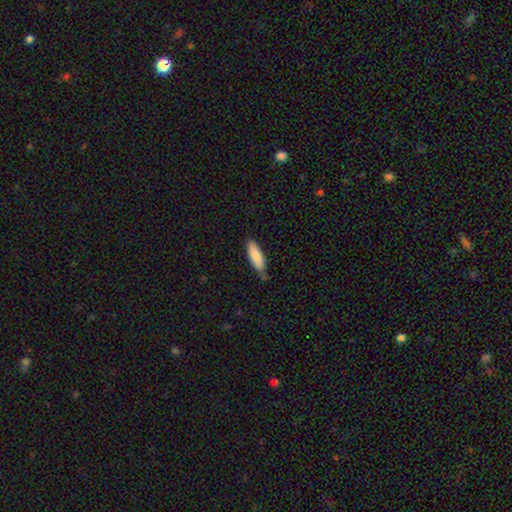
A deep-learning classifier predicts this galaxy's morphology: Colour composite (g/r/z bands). It shows a smooth galaxy with no disk features (86%) that is in between round and cigar-shaped (51%). Merging: none (71%).